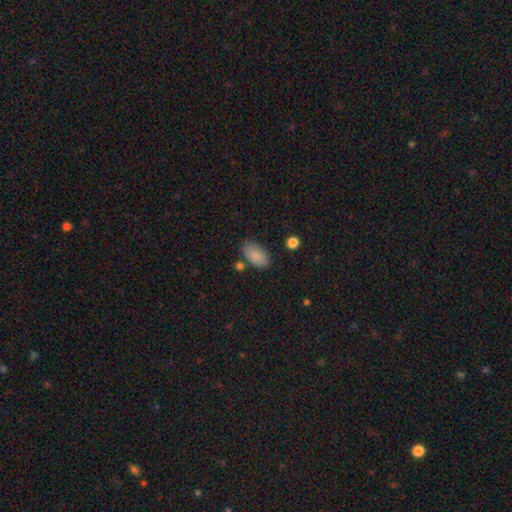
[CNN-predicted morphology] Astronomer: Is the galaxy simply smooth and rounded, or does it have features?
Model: smooth — 87%.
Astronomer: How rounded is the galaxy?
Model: in between — 94%.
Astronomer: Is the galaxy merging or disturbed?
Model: none — 76%.